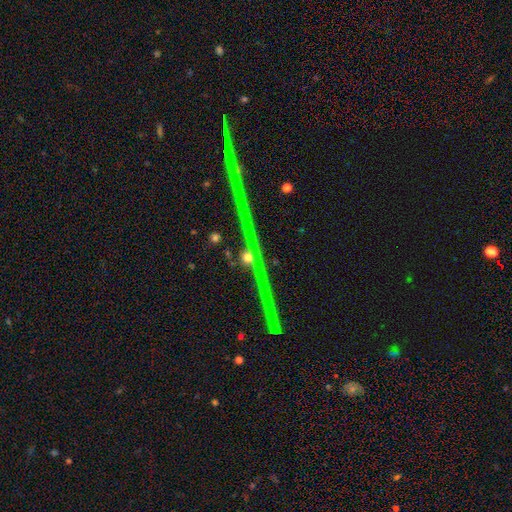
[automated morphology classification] This is possibly a star or artifact rather than a galaxy (58%).